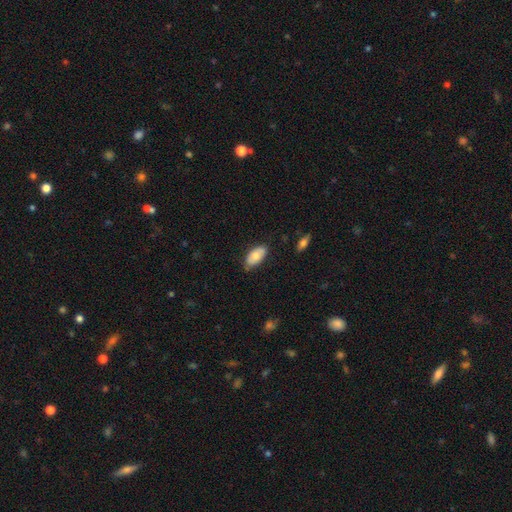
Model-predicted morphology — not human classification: Smooth or featured: smooth — 74% (featured or disk — 19%)
How rounded: in between — 93% (cigar-shaped — 4%)
Merging: none — 77% (minor disturbance — 18%)